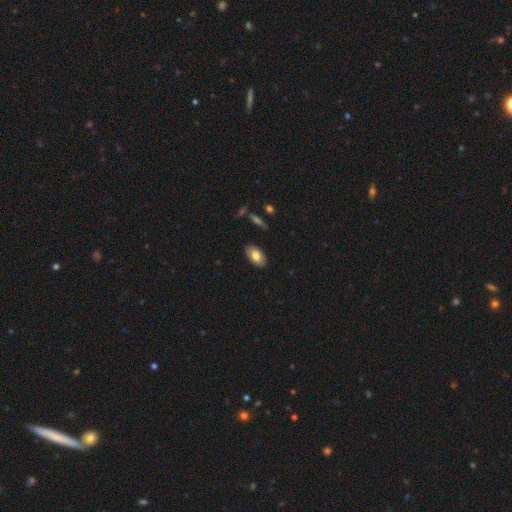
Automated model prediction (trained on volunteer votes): Smooth or featured?
  - smooth: 79% *
  - featured or disk: 15%
  - star or artifact: 7%
How rounded?
  - in between: 94% *
  - round: 5%
  - cigar-shaped: 2%
Merging?
  - none: 87% *
  - minor disturbance: 9%
  - major disturbance: 2%
  - merger: 1%